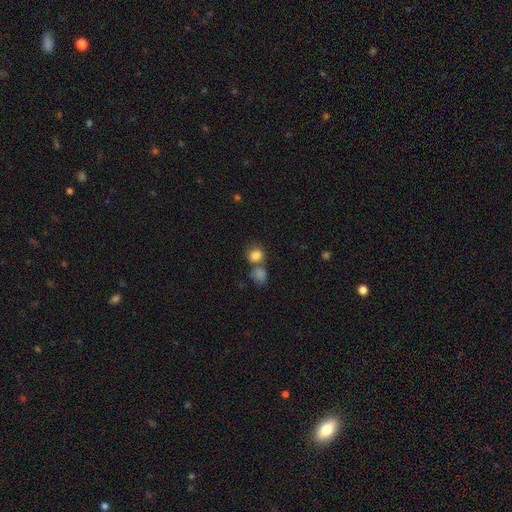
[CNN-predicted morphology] Smooth or featured? Predicted: smooth (p=0.84). How rounded? Predicted: round (p=0.70). Merging? Predicted: none (p=0.47).